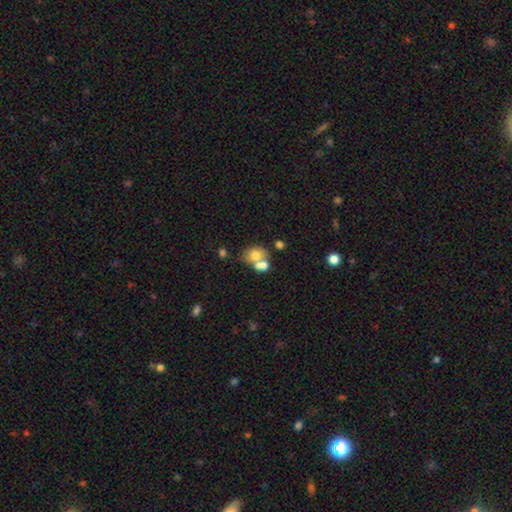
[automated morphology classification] type=smooth (71%); roundness=in between (55%); merging=merger (54%).